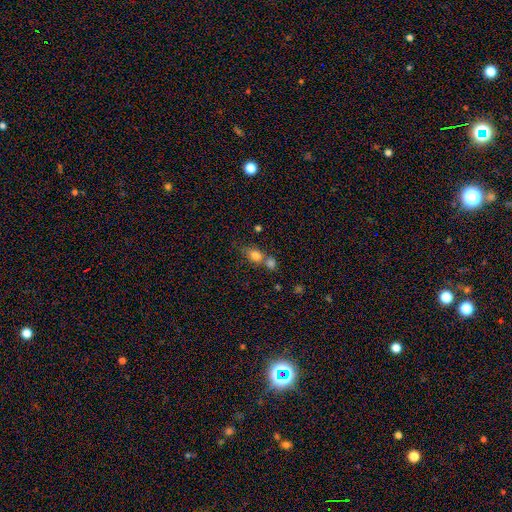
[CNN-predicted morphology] Smooth or featured? Predicted: smooth (p=0.80). How rounded? Predicted: in between (p=0.56). Merging? Predicted: merger (p=0.45).